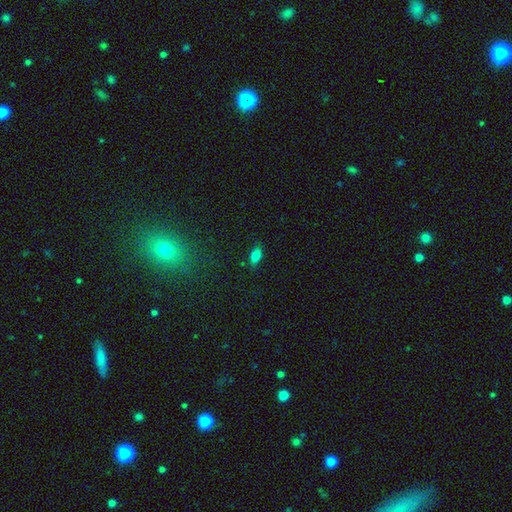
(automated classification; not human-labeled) Smooth or featured: smooth — 81% (star or artifact — 11%)
How rounded: in between — 89% (round — 6%)
Merging: none — 82% (minor disturbance — 14%)